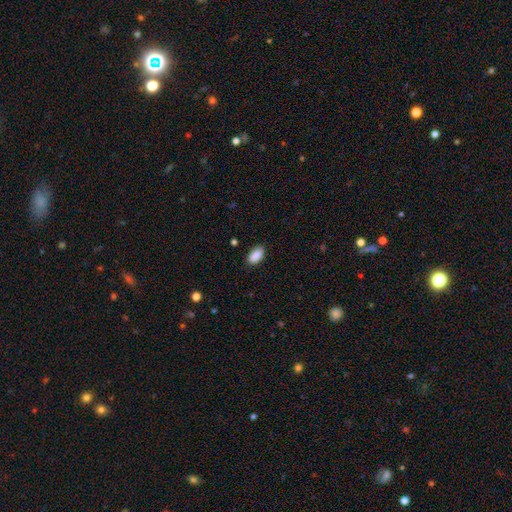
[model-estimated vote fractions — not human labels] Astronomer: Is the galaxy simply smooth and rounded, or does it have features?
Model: smooth — 90%.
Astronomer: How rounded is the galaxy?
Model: in between — 94%.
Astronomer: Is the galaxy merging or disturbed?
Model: none — 86%.